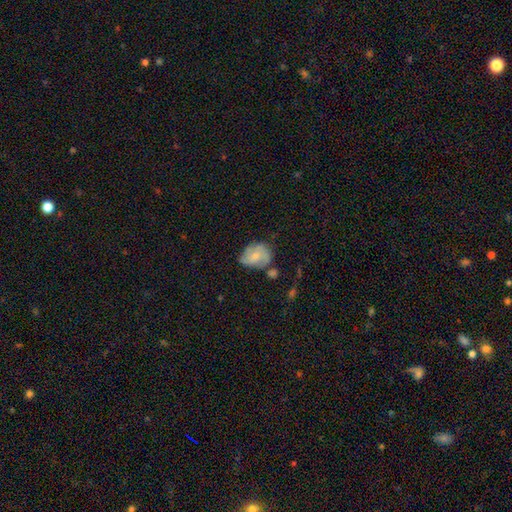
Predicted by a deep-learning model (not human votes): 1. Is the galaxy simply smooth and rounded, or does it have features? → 49% smooth, 43% featured or disk, 7% star or artifact.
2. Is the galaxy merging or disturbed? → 48% none, 30% minor disturbance, 12% major disturbance, 9% merger.